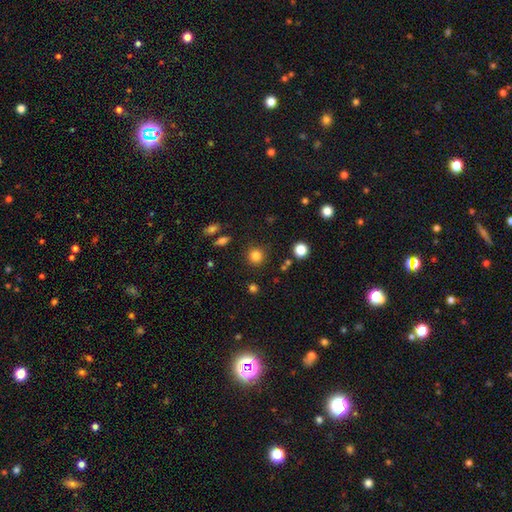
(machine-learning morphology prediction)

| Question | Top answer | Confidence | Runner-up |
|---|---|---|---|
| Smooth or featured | smooth | 83% | star or artifact (12%) |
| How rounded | round | 92% | in between (7%) |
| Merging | none | 88% | minor disturbance (7%) |